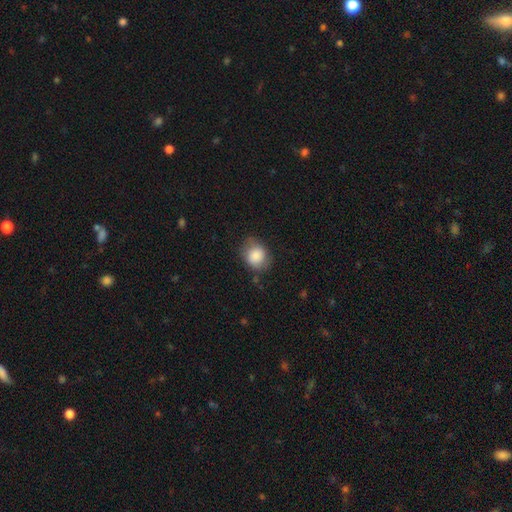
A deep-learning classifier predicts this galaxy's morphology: Smooth or featured? smooth (83%)
How rounded? round (63%)
Merging? none (70%)